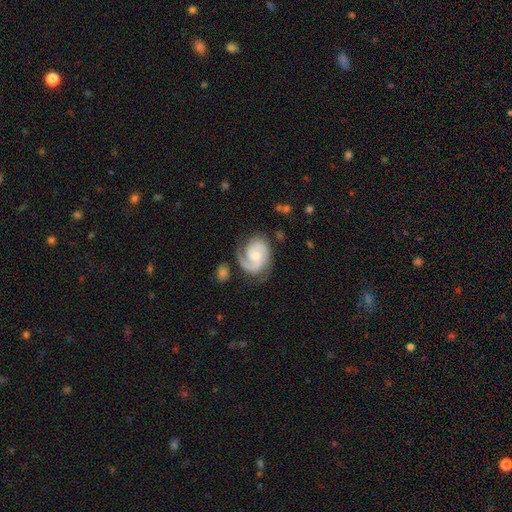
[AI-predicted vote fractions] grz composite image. It shows a featured or disk galaxy (84%) with no bar (64%), 2 (53%) tight (45%) spiral arms (97%) and a small central bulge (49%). Merging: none (64%).